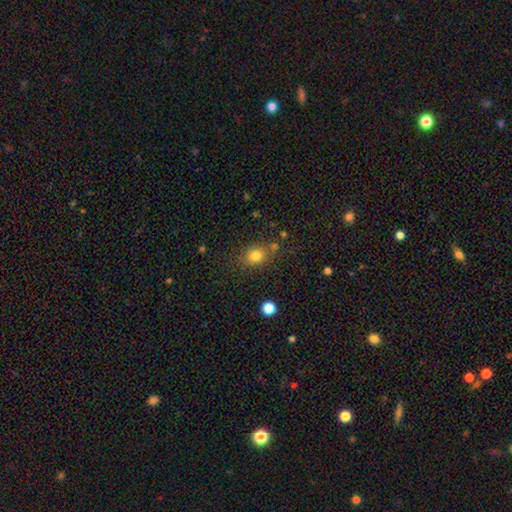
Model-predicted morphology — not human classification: smooth-or-featured: smooth: 80% | star or artifact: 12% | featured or disk: 8%
  how-rounded: round: 50% | in between: 48% | cigar-shaped: 1%
  merging: none: 72% | minor disturbance: 15% | merger: 7% | major disturbance: 5%